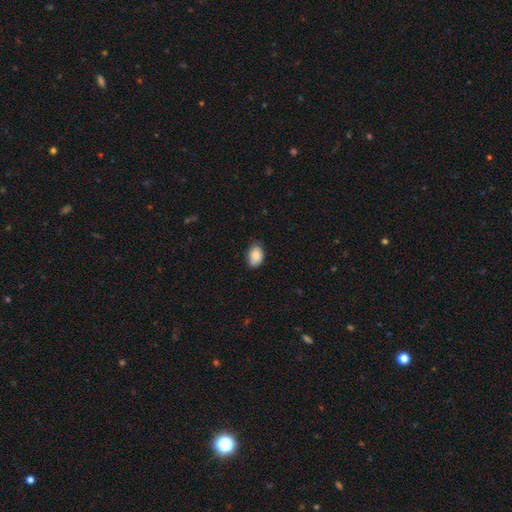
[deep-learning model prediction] Overall: smooth (85%). How rounded: in between (85%). Merging: none (74%).